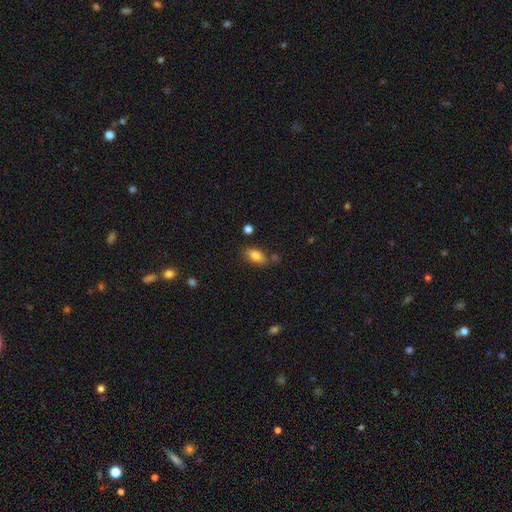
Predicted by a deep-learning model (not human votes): Overall: smooth (82%). How rounded: in between (87%). Merging: none (75%).